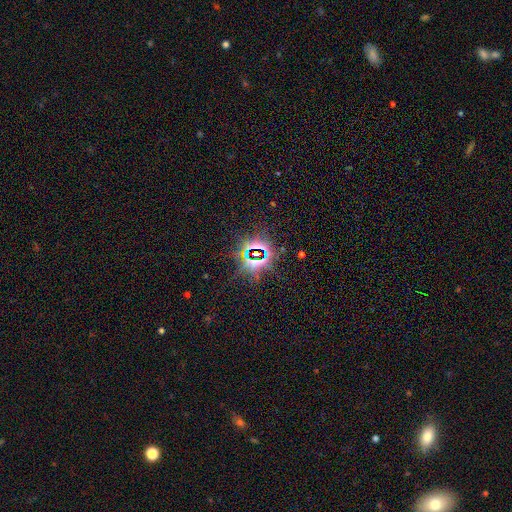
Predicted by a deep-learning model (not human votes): A star or artifact, not a galaxy (83%).